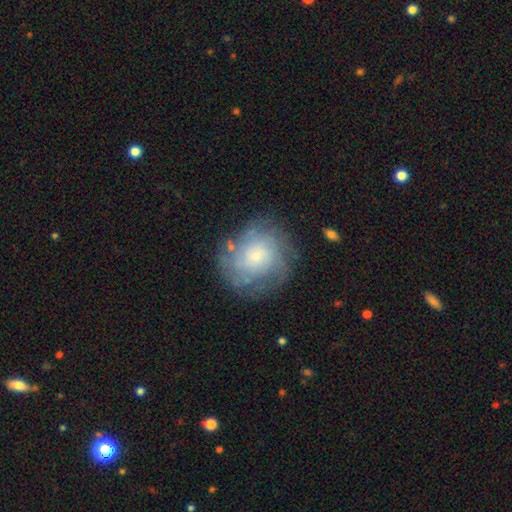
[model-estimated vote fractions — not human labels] A featured or disk galaxy (51%).

Vote fractions:
- Smooth or featured? featured or disk: 51% / smooth: 39% / star or artifact: 10%
- Edge-on disk? no: 97% / yes: 3%
- Merging? none: 71% / minor disturbance: 17% / major disturbance: 9% / merger: 2%